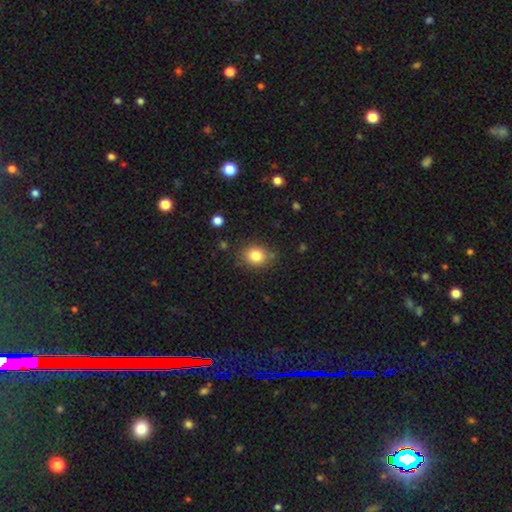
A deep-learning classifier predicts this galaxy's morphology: Q: Smooth or featured?
A: smooth (82%); runner-up: star or artifact (11%)
Q: How rounded?
A: round (66%); runner-up: in between (33%)
Q: Merging?
A: none (80%); runner-up: minor disturbance (14%)